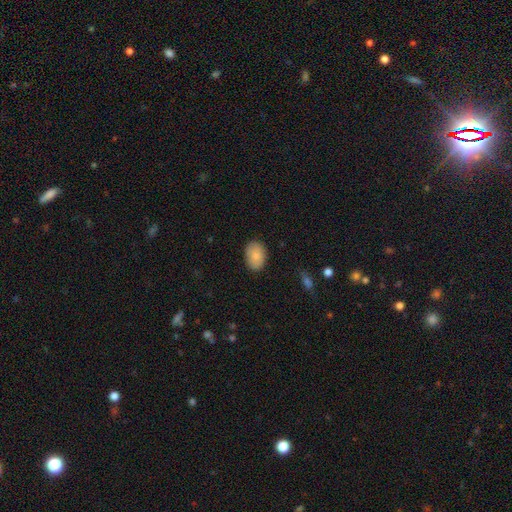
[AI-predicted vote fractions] Smooth or featured? smooth (86%)
How rounded? in between (85%)
Merging? none (85%)